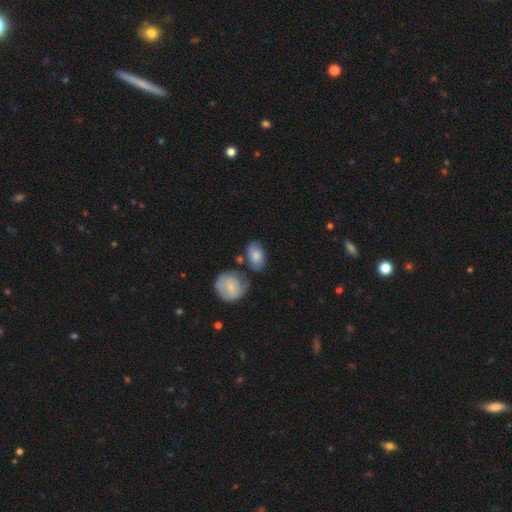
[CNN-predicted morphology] This appears to be a smooth galaxy with no disk features (75%) that is in between round and cigar-shaped (83%). Merging: none (56%).